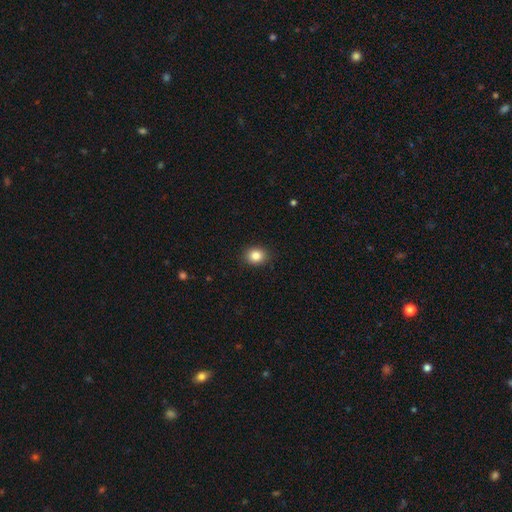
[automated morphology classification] Smooth or featured?
  - smooth: 85% *
  - star or artifact: 10%
  - featured or disk: 5%
How rounded?
  - round: 60% *
  - in between: 39%
  - cigar-shaped: 1%
Merging?
  - none: 90% *
  - minor disturbance: 7%
  - major disturbance: 2%
  - merger: 1%